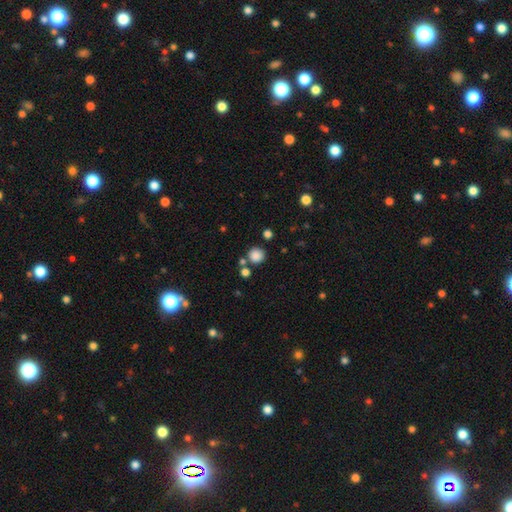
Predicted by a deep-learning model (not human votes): smooth_or_featured: smooth (p=0.85) [alt: star or artifact p=0.11]
how_rounded: round (p=0.91) [alt: in between p=0.08]
merging: none (p=0.77) [alt: merger p=0.12]